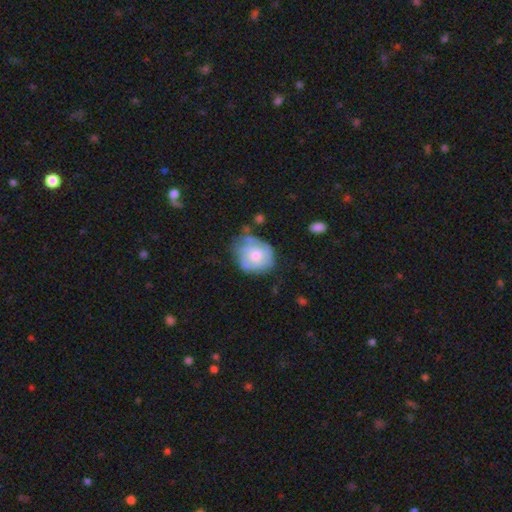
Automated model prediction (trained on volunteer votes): Smooth or featured? featured or disk (49%)
Merging? none (49%)